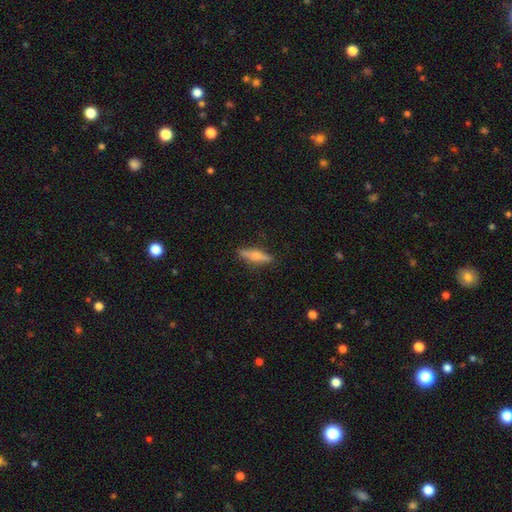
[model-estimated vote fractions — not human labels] This is possibly a smooth galaxy (58%). How rounded: likely cigar-shaped (73%). Merging: clearly none (86%).